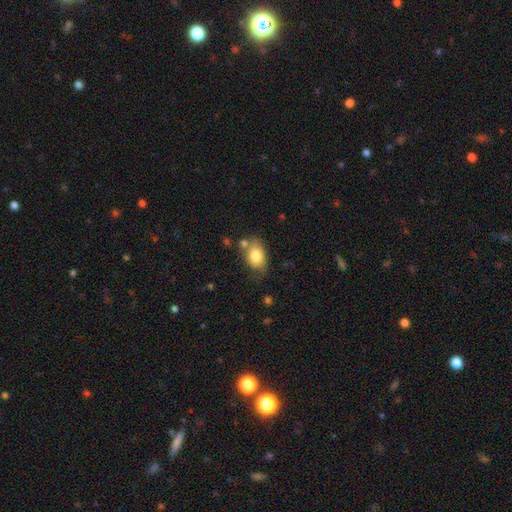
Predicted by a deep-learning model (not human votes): Overall: smooth (79%). How rounded: in between (79%). Merging: none (55%; minor disturbance 25%).